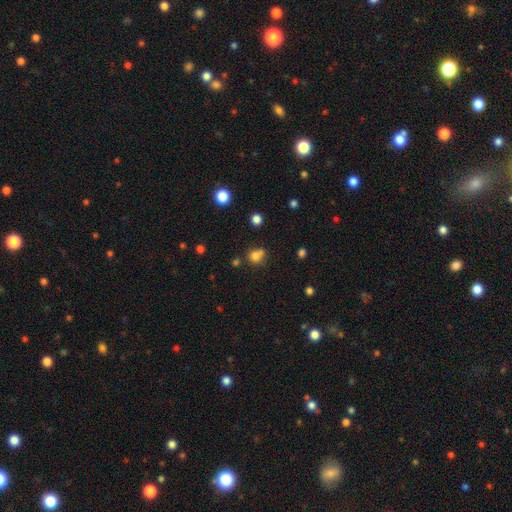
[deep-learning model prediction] This appears to be a smooth galaxy with no disk features (77%) that is round (82%). Merging: none (56%).